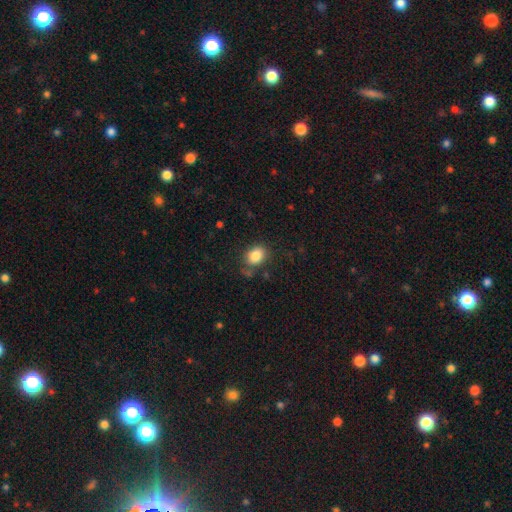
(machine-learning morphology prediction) Smooth or featured? smooth (85%)
How rounded? in between (63%)
Merging? none (74%)